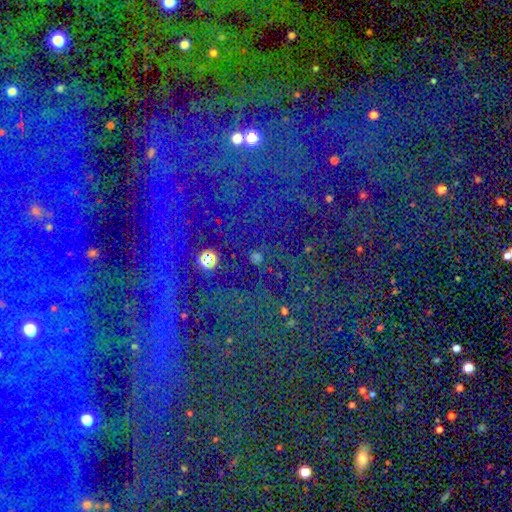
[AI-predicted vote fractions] A star or artifact, not a galaxy (85%).

Vote fractions:
- Smooth or featured? star or artifact: 85% / smooth: 8% / featured or disk: 7%